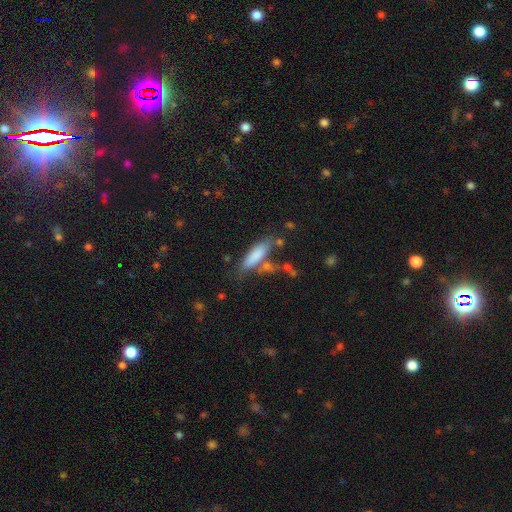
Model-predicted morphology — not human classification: smooth_or_featured: smooth (p=0.79) [alt: featured or disk p=0.14]
how_rounded: cigar-shaped (p=0.54) [alt: in between p=0.44]
merging: none (p=0.61) [alt: minor disturbance p=0.19]